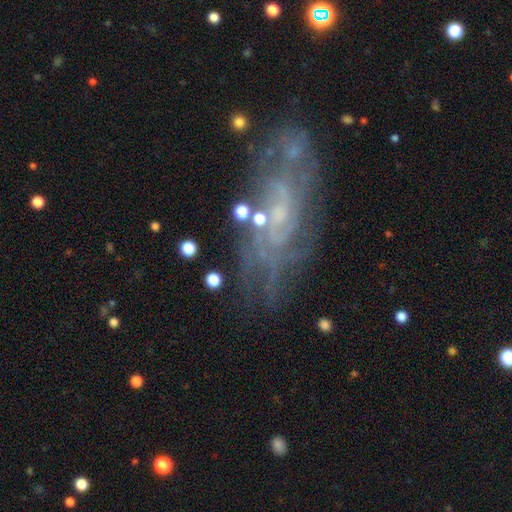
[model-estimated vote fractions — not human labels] A featured or disk galaxy (75%) with no bar (57%), tight (51%) spiral arms (79%) and a small central bulge (61%).

Vote fractions:
- Smooth or featured? featured or disk: 75% / smooth: 13% / star or artifact: 12%
- Edge-on disk? no: 90% / yes: 10%
- Bar? no: 57% / weak: 34% / strong: 9%
- Spiral arms? yes: 79% / no: 21%
- Spiral winding? tight: 51% / medium: 34% / loose: 15%
- Spiral arm count? can't tell: 55% / 2: 15% / 3: 10% / 4: 8% / more than 4: 6% / 1: 5%
- Bulge size? small: 61% / none: 23% / moderate: 14% / large: 2% / dominant: 1%
- Merging? none: 67% / minor disturbance: 18% / major disturbance: 10% / merger: 5%